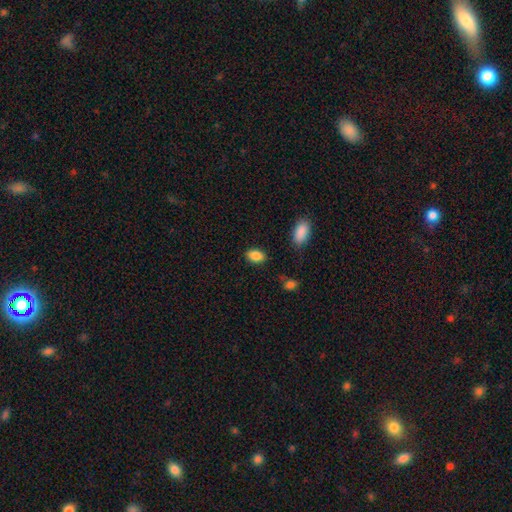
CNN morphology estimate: The model was most divided on "merging": none: 84%, minor disturbance: 11%, major disturbance: 3%, merger: 2%. More confident: how rounded — in between (89%); smooth or featured — smooth (88%).